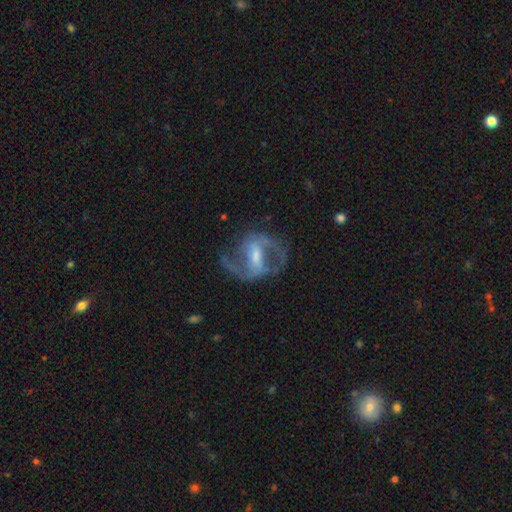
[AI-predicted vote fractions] Overall: featured or disk (85%). Edge-on disk: no (96%). Bar: strong (48%; weak 41%). Spiral arms: yes (92%). Spiral arm count: 2 (87%). Spiral winding: medium (55%; loose 29%). Bulge size: moderate (42%; small 40%). Merging: none (68%).